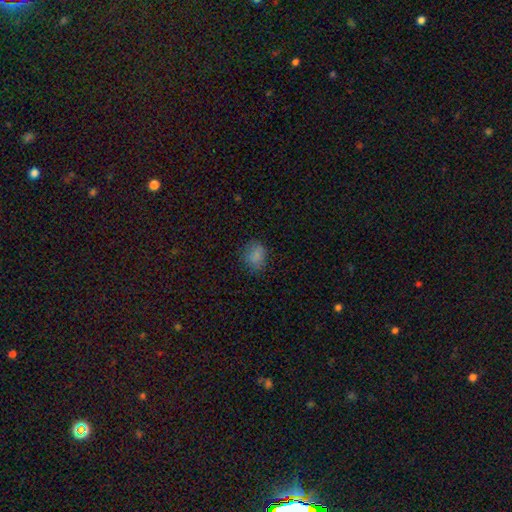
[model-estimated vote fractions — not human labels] smooth 81%, star or artifact 13%, featured or disk 7%. Down the decision tree: how rounded — in between (51%); merging — none (74%).